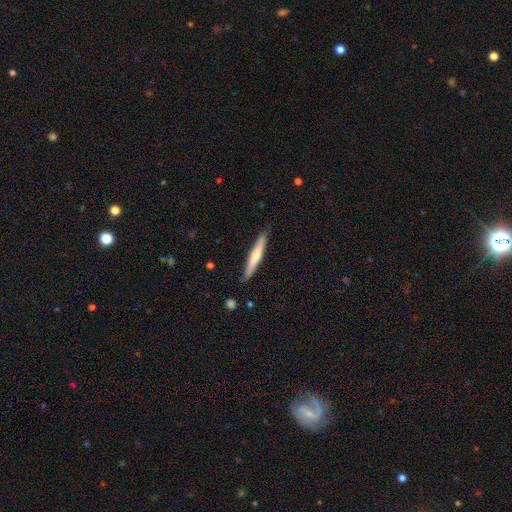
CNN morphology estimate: Smooth or featured?
  - smooth: 56% *
  - featured or disk: 39%
  - star or artifact: 5%
How rounded?
  - cigar-shaped: 94% *
  - in between: 5%
  - round: 1%
Merging?
  - none: 87% *
  - minor disturbance: 10%
  - major disturbance: 2%
  - merger: 1%